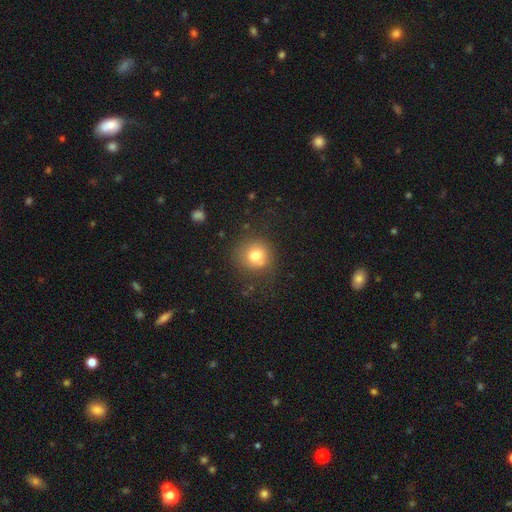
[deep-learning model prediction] Morphology: type=smooth (77%); roundness=round (90%); merging=none (75%).